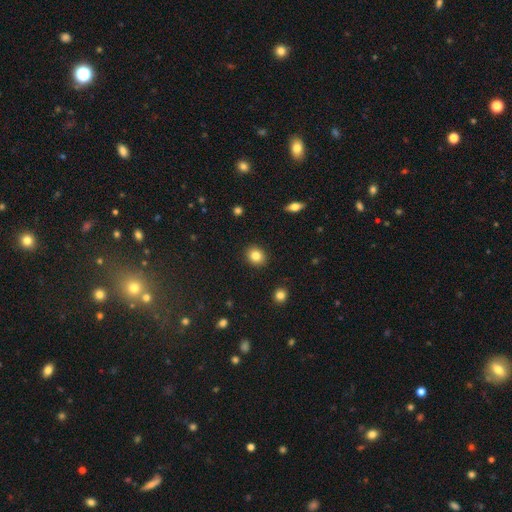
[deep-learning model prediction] A smooth galaxy with no disk features (84%) that is round (64%).

Vote fractions:
- Smooth or featured? smooth: 84% / star or artifact: 9% / featured or disk: 6%
- How rounded? round: 64% / in between: 35% / cigar-shaped: 1%
- Merging? none: 90% / minor disturbance: 7% / major disturbance: 2% / merger: 1%